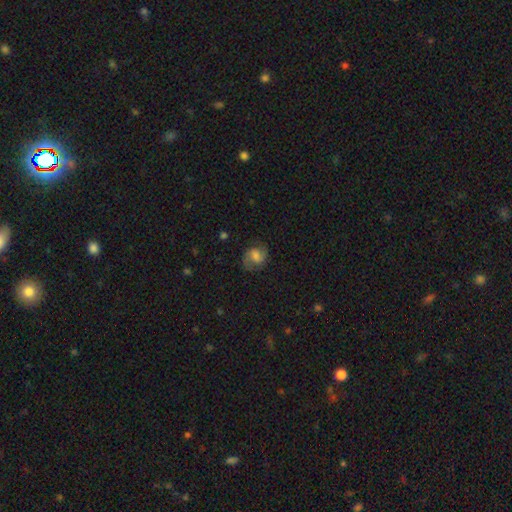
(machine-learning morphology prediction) This appears to be a featured or disk galaxy (62%) with a weak bar (46%), 2 (87%) medium (53%) spiral arms (92%) and a moderate central bulge (36%). Merging: none (74%).